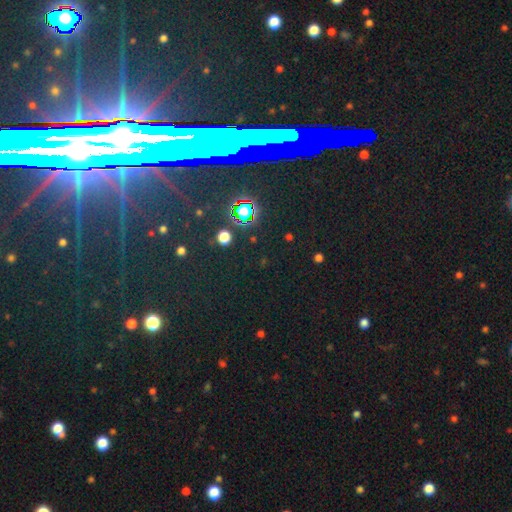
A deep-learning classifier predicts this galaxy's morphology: smooth_or_featured: star or artifact (p=0.75) [alt: featured or disk p=0.15]